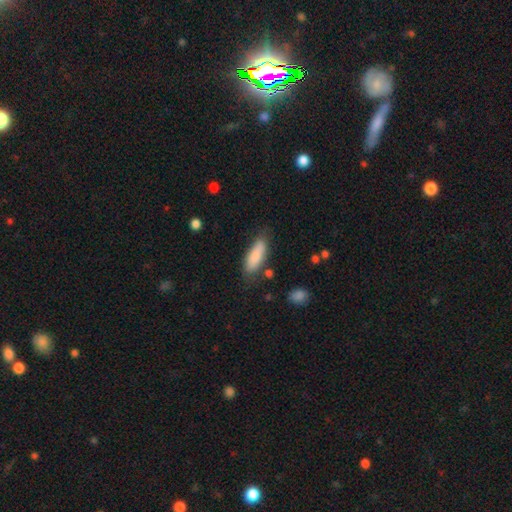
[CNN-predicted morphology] A smooth galaxy with no disk features (84%) that is in between round and cigar-shaped (58%). Merging: none (71%).